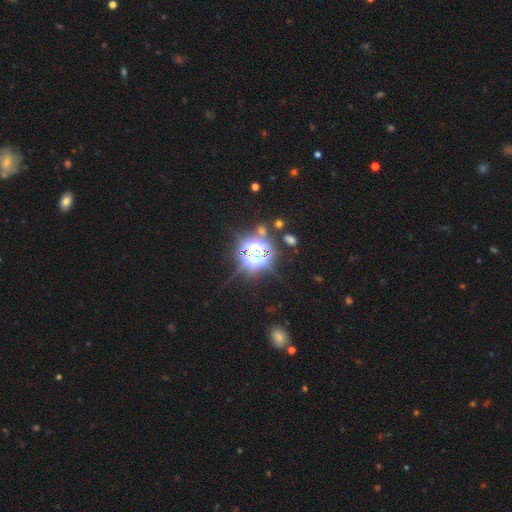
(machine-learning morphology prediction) Overall: star or artifact (84%).